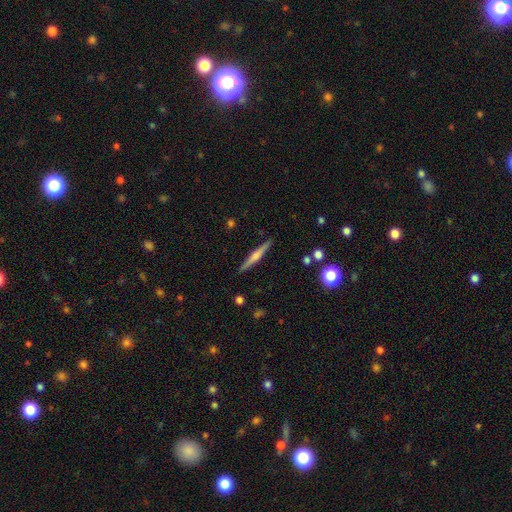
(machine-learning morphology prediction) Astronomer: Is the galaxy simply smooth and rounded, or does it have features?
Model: featured or disk — 61%.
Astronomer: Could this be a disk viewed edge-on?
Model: yes — 98%.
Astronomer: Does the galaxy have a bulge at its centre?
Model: rounded — 67%.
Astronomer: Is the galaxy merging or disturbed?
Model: none — 91%.